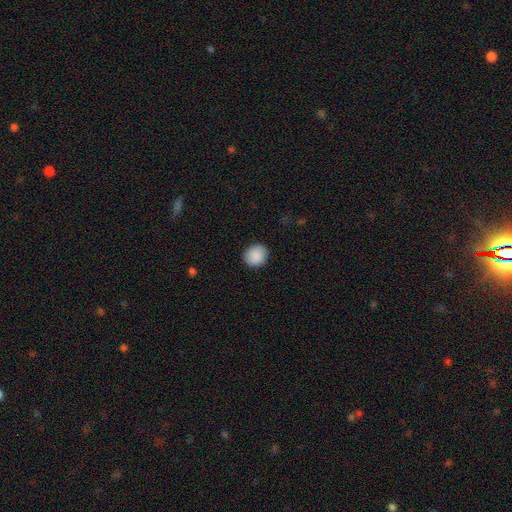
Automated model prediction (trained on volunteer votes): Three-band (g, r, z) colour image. It shows a smooth galaxy with no disk features (90%) that is round (87%). Merging: none (90%).